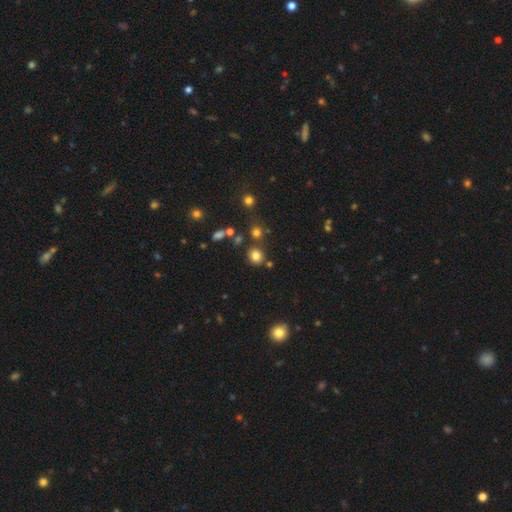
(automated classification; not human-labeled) This appears to be a smooth galaxy with no disk features (79%) that is round (81%). Merging: none (78%).